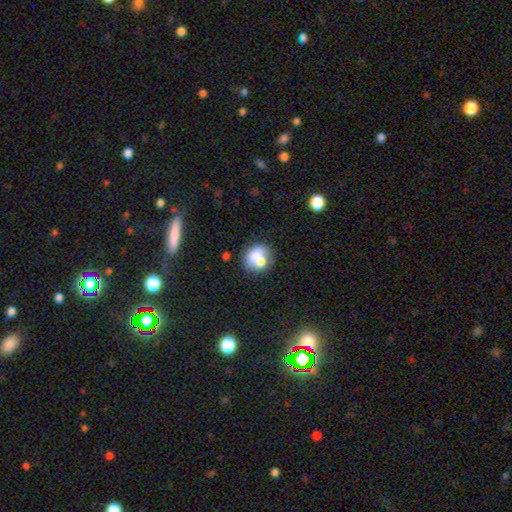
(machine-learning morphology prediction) type=smooth (68%); roundness=round (70%); merging=merger (44%).